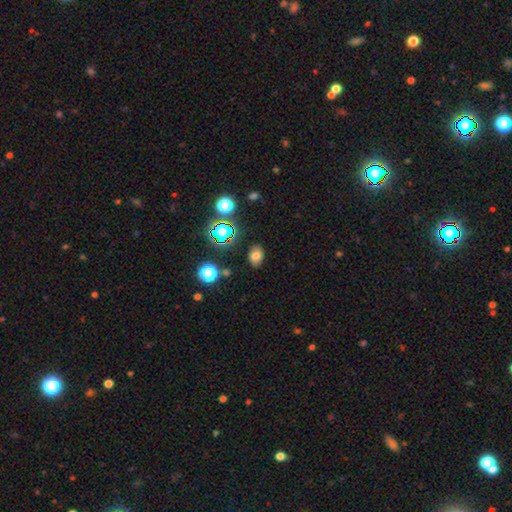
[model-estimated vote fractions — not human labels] Overall: smooth (73%). How rounded: in between (76%). Merging: none (83%).